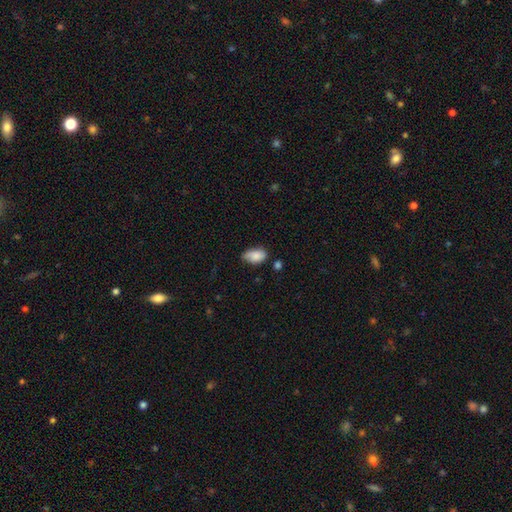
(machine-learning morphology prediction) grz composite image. It shows a smooth galaxy with no disk features (83%) that is in between round and cigar-shaped (91%). Merging: none (54%).